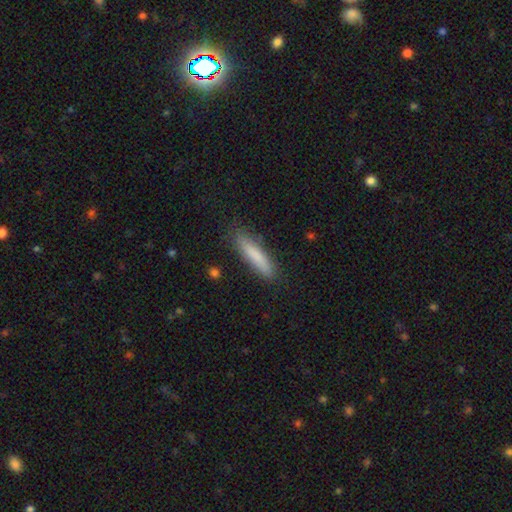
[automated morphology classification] type=smooth (81%); roundness=cigar-shaped (87%); merging=none (84%).